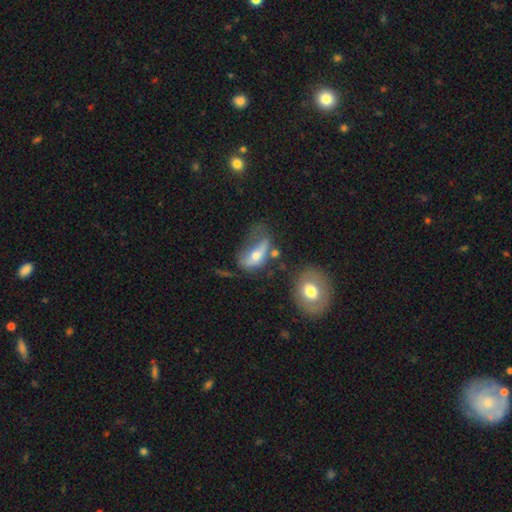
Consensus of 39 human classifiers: Morphology: type=smooth (54%); roundness=in between (76%); merging=major disturbance (42%).